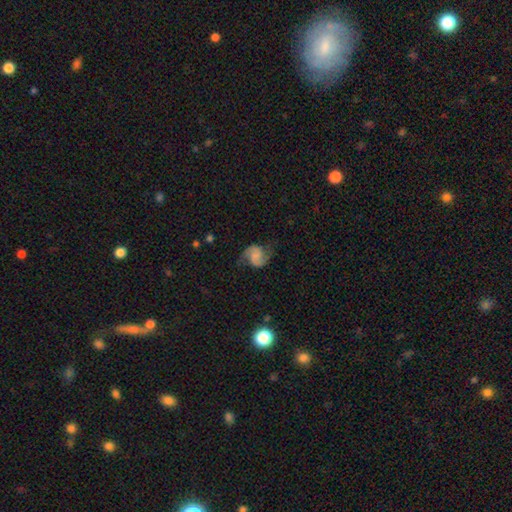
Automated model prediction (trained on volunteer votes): Morphology: type=featured or disk (81%); edge-on=no (98%); bar=no (61%); spiral arms=yes (97%); winding=medium (45%); arm count=2 (94%); bulge=none (56%); merging=none (75%).